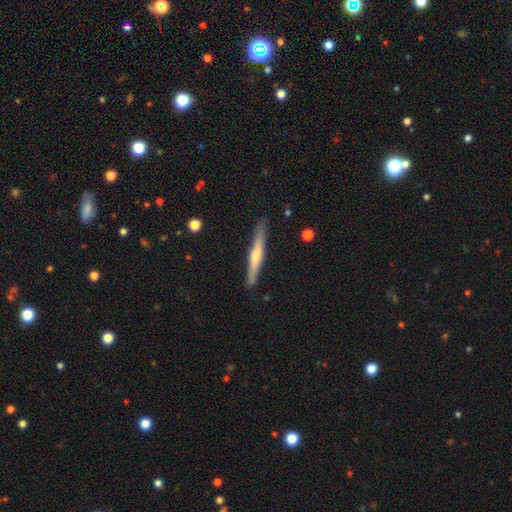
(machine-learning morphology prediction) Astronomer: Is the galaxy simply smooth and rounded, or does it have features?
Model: featured or disk — 61%.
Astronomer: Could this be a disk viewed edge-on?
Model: yes — 97%.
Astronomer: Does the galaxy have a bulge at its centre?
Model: rounded — 72%.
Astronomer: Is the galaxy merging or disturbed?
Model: none — 90%.